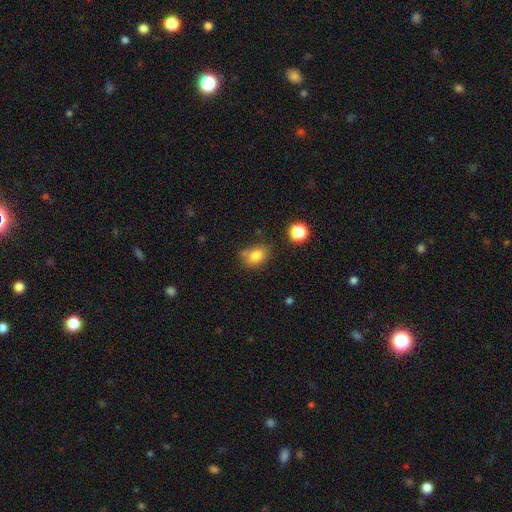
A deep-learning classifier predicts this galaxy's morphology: Smooth or featured: smooth — 80% (star or artifact — 11%)
How rounded: in between — 68% (round — 31%)
Merging: none — 64% (minor disturbance — 22%)